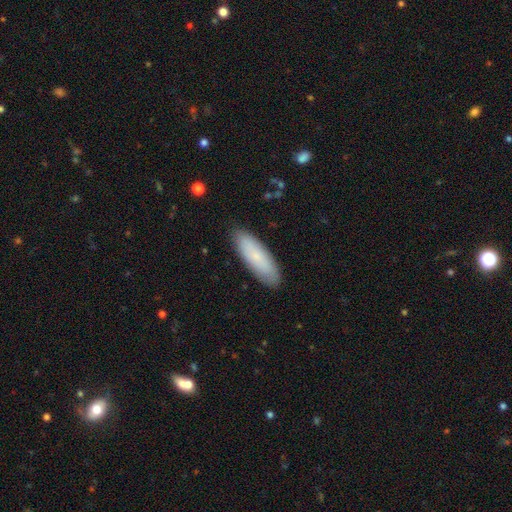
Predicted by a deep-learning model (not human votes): Q: Smooth or featured?
A: smooth (77%); runner-up: featured or disk (17%)
Q: How rounded?
A: in between (52%); runner-up: cigar-shaped (46%)
Q: Merging?
A: none (87%); runner-up: minor disturbance (10%)